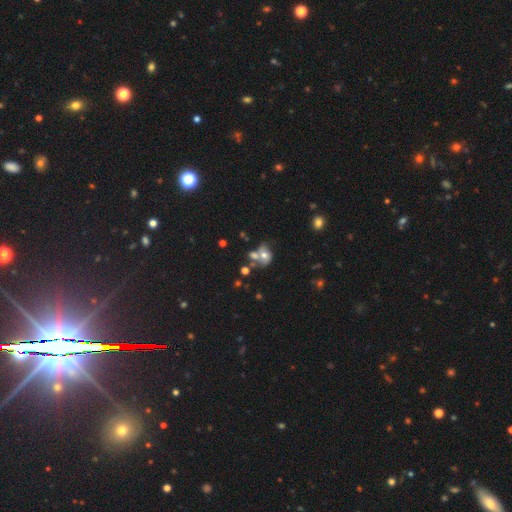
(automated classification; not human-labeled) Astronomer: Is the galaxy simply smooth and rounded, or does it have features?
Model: smooth — 48% (runner-up: featured or disk, 33%).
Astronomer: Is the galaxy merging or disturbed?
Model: merger — 46% (runner-up: none, 31%).